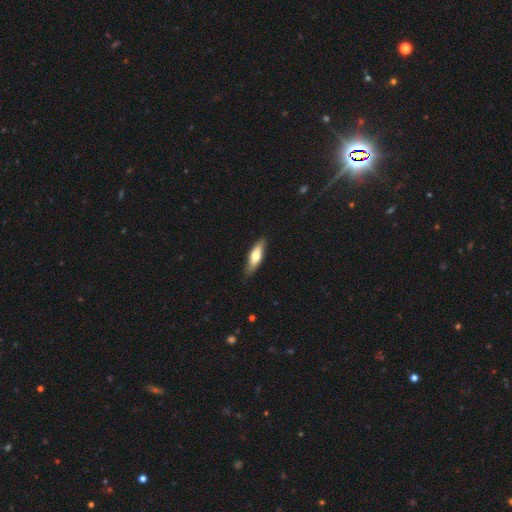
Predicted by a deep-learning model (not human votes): This is likely a smooth galaxy (62%). How rounded: possibly cigar-shaped (51%). Merging: clearly none (85%).